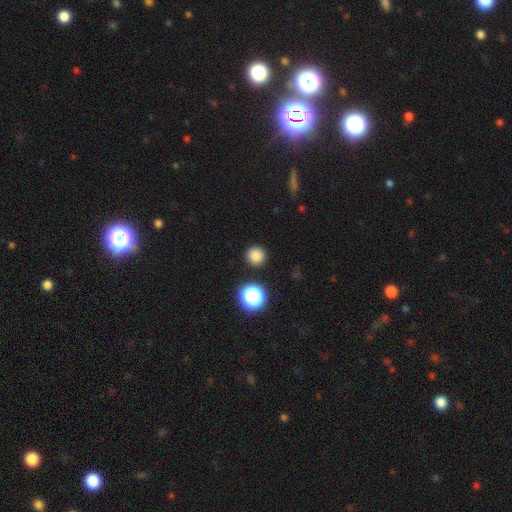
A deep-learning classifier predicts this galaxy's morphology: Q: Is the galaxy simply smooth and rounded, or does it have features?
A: smooth — 82%.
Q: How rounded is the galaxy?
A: round — 95%.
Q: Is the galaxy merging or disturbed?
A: none — 91%.